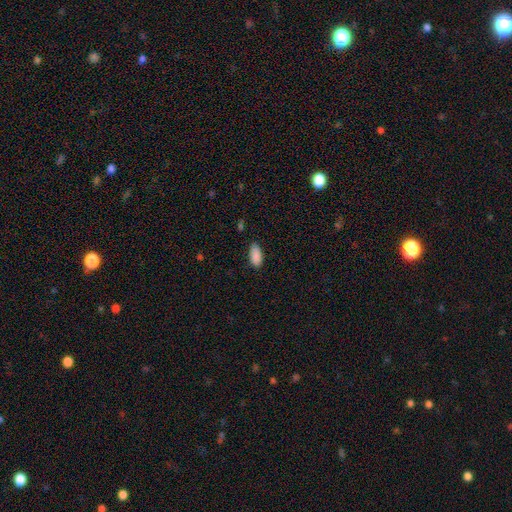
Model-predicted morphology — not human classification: smooth-or-featured: smooth: 89% | star or artifact: 7% | featured or disk: 4%
  how-rounded: in between: 91% | cigar-shaped: 7% | round: 2%
  merging: none: 81% | minor disturbance: 15% | major disturbance: 3% | merger: 1%